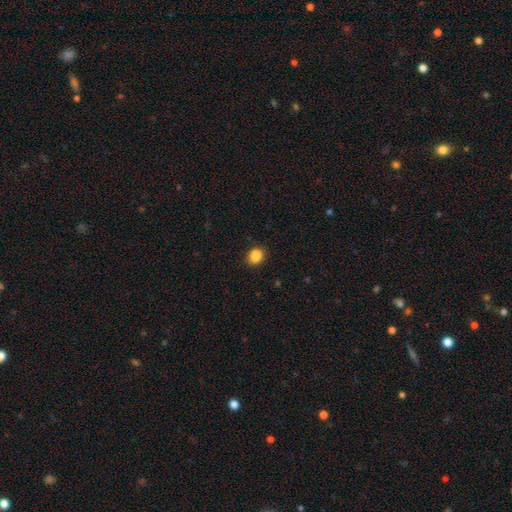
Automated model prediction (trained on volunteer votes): Morphology: type=smooth (88%); roundness=round (50%); merging=none (86%).